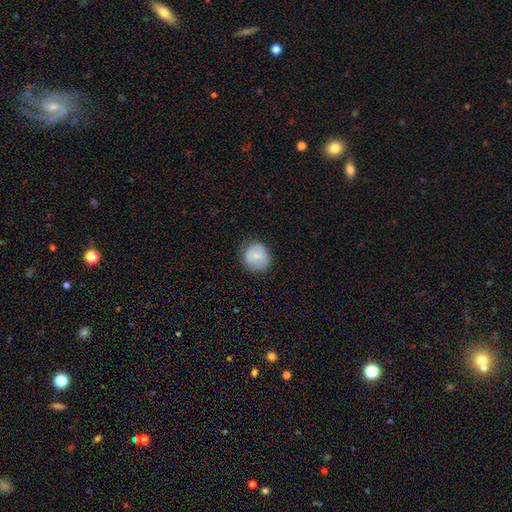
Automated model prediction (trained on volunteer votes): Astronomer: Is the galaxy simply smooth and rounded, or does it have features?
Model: smooth — 78%.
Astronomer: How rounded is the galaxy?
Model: round — 86%.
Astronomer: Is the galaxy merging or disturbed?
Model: none — 81%.